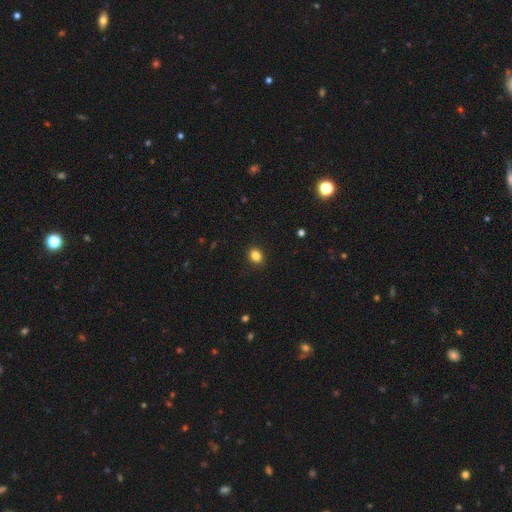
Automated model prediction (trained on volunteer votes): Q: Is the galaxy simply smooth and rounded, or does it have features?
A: smooth — 85%.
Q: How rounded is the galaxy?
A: round — 51%.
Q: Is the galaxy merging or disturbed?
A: none — 90%.